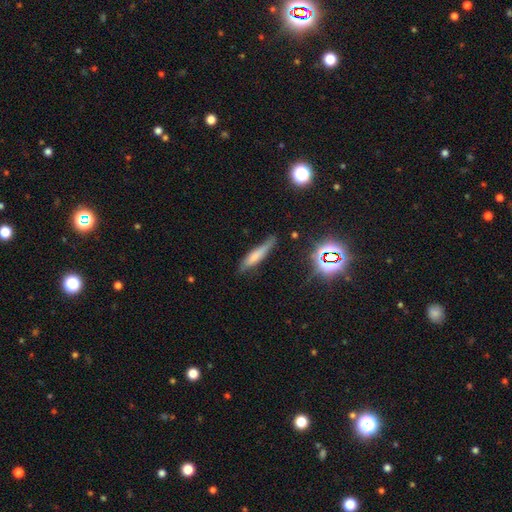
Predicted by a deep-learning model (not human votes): The model was most divided on "merging": none: 62%, minor disturbance: 28%, major disturbance: 7%, merger: 3%. More confident: how rounded — cigar-shaped (84%); smooth or featured — smooth (63%).